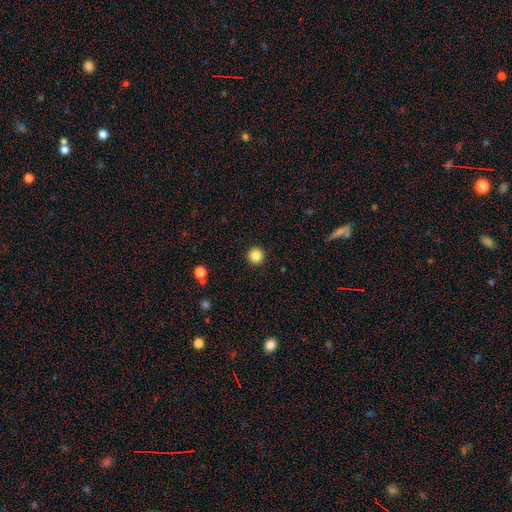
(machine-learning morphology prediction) Smooth or featured? smooth (86%)
How rounded? round (97%)
Merging? none (94%)